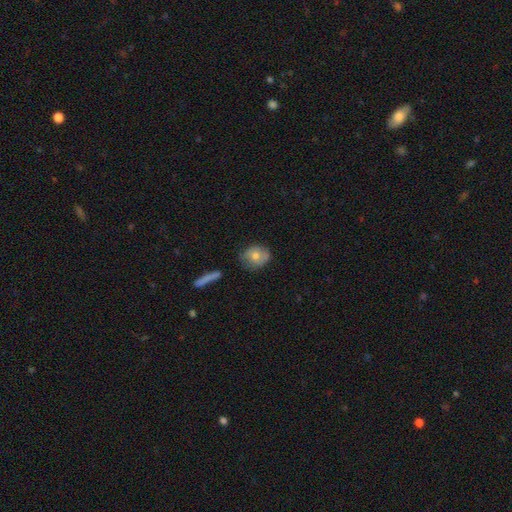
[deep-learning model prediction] Smooth or featured? Predicted: smooth (p=0.60). How rounded? Predicted: round (p=0.66). Merging? Predicted: none (p=0.67).